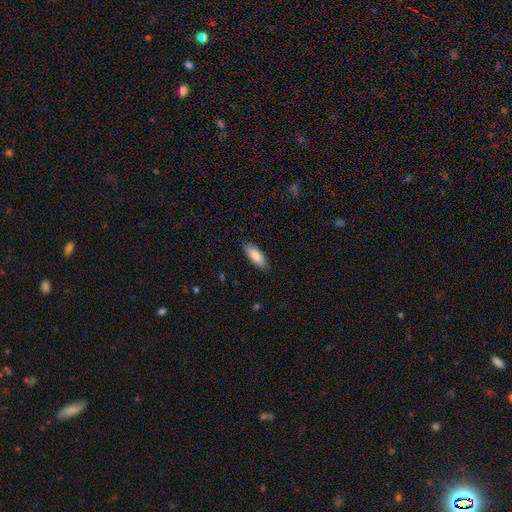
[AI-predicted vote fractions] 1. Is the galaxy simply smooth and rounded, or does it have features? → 86% smooth, 9% featured or disk, 6% star or artifact.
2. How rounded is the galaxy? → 71% in between, 28% cigar-shaped, 2% round.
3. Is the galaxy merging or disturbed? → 88% none, 9% minor disturbance, 2% major disturbance, 1% merger.